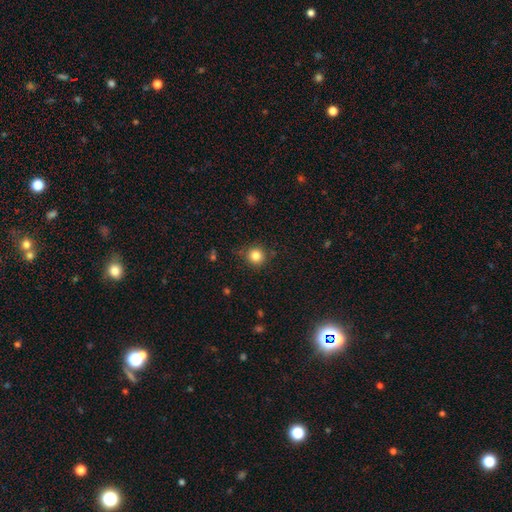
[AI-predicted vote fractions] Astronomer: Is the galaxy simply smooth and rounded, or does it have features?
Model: smooth — 83%.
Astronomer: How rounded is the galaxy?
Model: round — 94%.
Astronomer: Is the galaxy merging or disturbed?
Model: none — 86%.